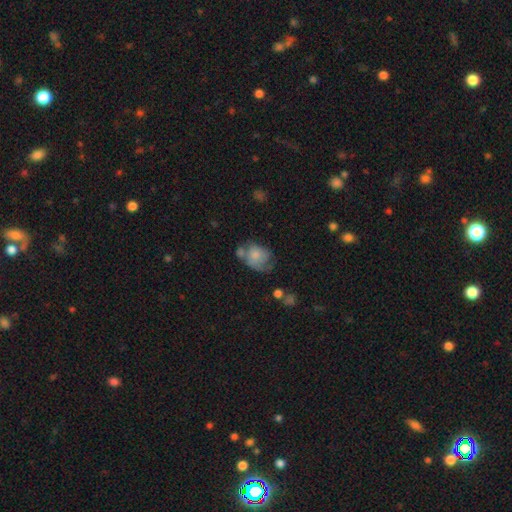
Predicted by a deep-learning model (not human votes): smooth-or-featured: smooth: 62% | featured or disk: 30% | star or artifact: 9%
  how-rounded: in between: 60% | round: 39% | cigar-shaped: 1%
  merging: none: 31% | minor disturbance: 28% | major disturbance: 23% | merger: 18%